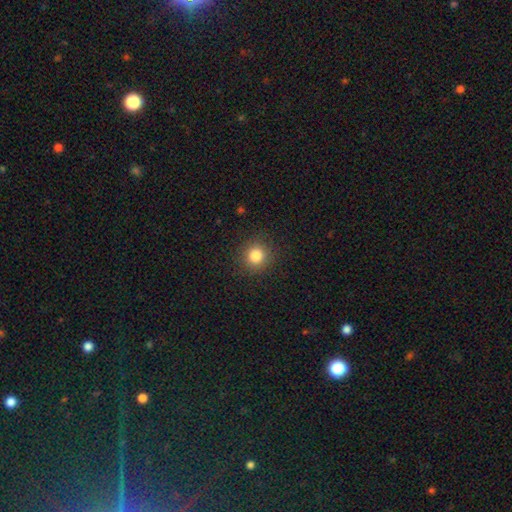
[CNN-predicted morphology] smooth-or-featured: smooth: 83% | star or artifact: 12% | featured or disk: 5%
  how-rounded: round: 91% | in between: 8% | cigar-shaped: 1%
  merging: none: 89% | minor disturbance: 7% | major disturbance: 3% | merger: 1%